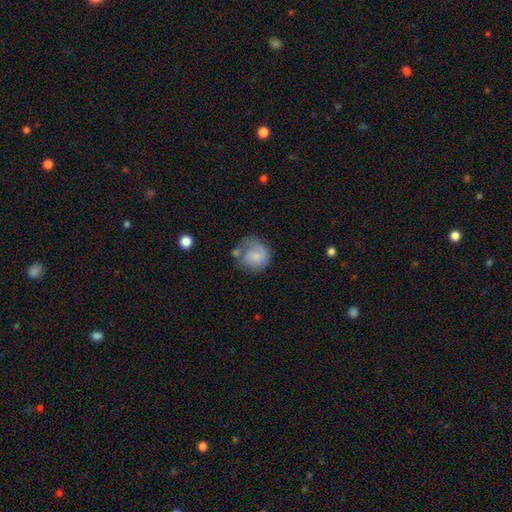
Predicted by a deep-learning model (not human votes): A smooth galaxy with no disk features (59%) that is round (78%). Merging: none (43%).